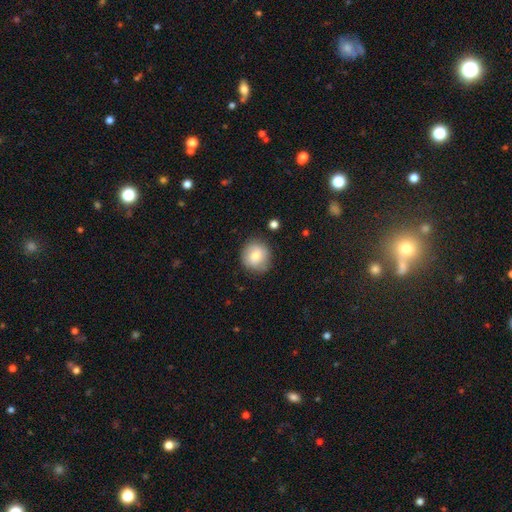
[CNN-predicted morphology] Smooth or featured: smooth — 71% (featured or disk — 22%)
How rounded: round — 89% (in between — 10%)
Merging: none — 81% (minor disturbance — 14%)